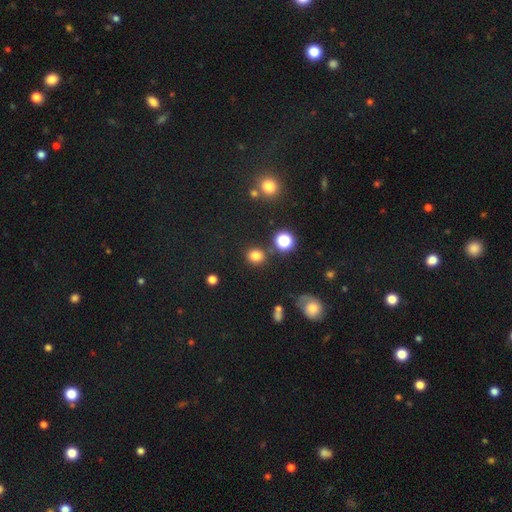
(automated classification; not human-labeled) Overall: smooth (79%). How rounded: round (77%). Merging: none (83%).